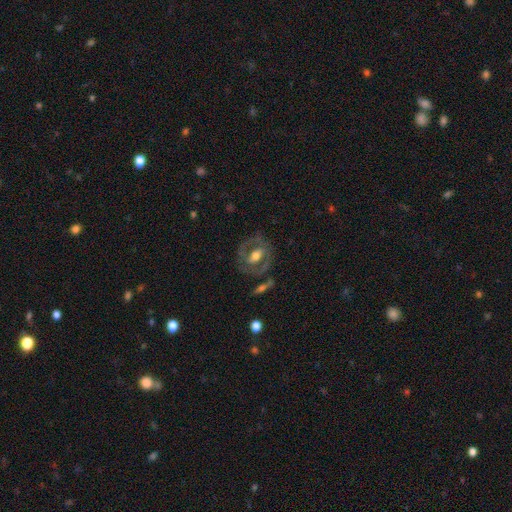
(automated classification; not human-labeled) A featured or disk galaxy (69%) with no bar (36%), spiral arms (57%) and a moderate central bulge (64%).

Vote fractions:
- Smooth or featured? featured or disk: 69% / smooth: 25% / star or artifact: 6%
- Edge-on disk? no: 93% / yes: 7%
- Bar? no: 36% / weak: 35% / strong: 29%
- Spiral arms? yes: 57% / no: 43%
- Bulge size? moderate: 64% / large: 17% / small: 15% / none: 2% / dominant: 2%
- Merging? none: 71% / minor disturbance: 15% / major disturbance: 10% / merger: 5%